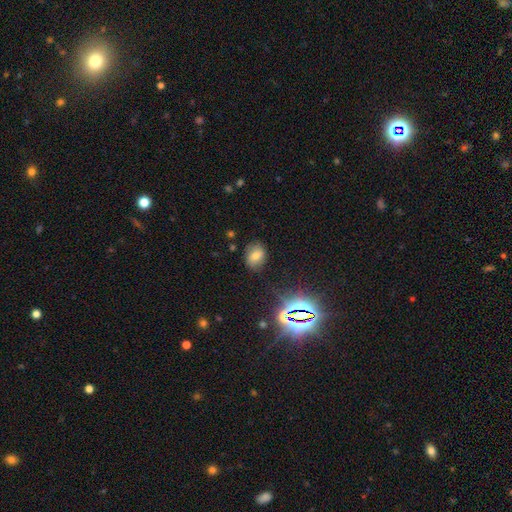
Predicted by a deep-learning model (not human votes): A smooth galaxy with no disk features (58%) that is in between round and cigar-shaped (60%). Merging: none (81%).